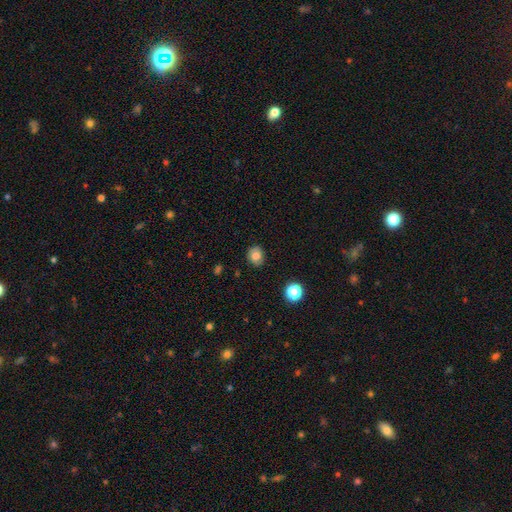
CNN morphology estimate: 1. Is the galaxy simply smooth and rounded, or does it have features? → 79% smooth, 11% star or artifact, 10% featured or disk.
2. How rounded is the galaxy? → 70% round, 30% in between, 1% cigar-shaped.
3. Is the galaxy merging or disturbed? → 85% none, 11% minor disturbance, 2% major disturbance, 1% merger.